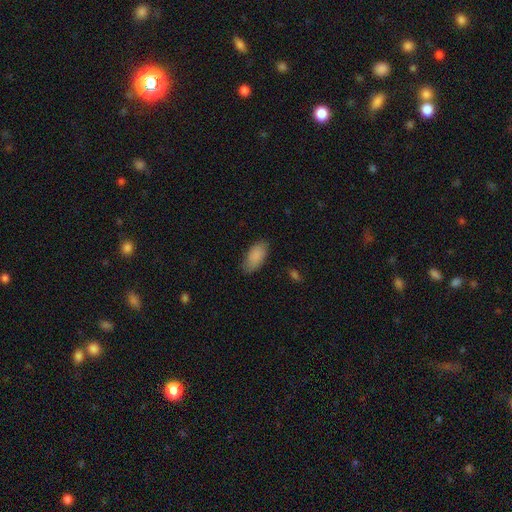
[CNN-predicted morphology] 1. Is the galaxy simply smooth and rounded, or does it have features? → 88% smooth, 6% star or artifact, 6% featured or disk.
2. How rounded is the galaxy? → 92% in between, 6% cigar-shaped, 2% round.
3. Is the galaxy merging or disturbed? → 80% none, 16% minor disturbance, 3% major disturbance, 1% merger.